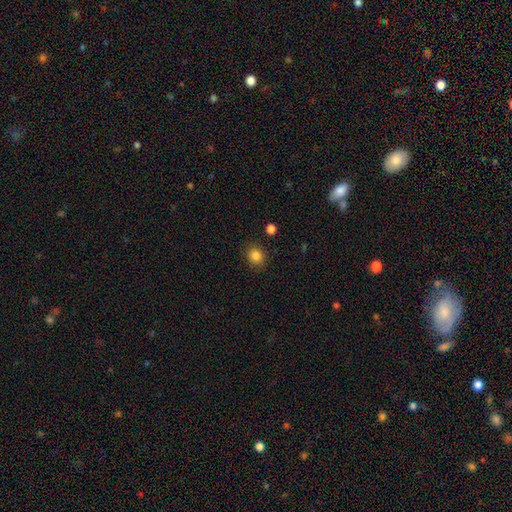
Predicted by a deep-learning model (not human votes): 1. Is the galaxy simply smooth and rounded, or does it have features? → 85% smooth, 11% star or artifact, 4% featured or disk.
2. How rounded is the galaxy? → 77% round, 22% in between, 1% cigar-shaped.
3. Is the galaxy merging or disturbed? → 88% none, 8% minor disturbance, 3% major disturbance, 2% merger.